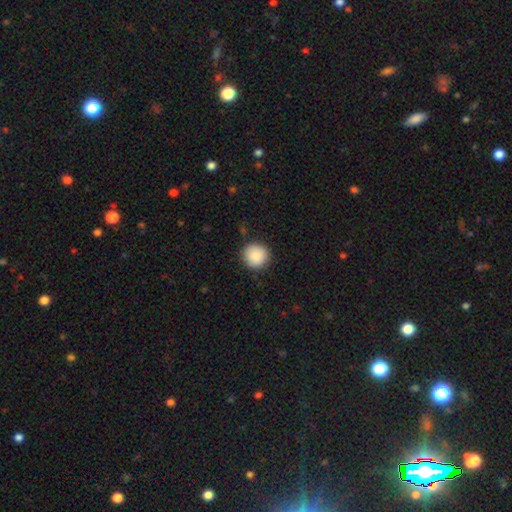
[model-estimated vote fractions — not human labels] Smooth or featured? Predicted: smooth (p=0.89). How rounded? Predicted: round (p=0.94). Merging? Predicted: none (p=0.88).